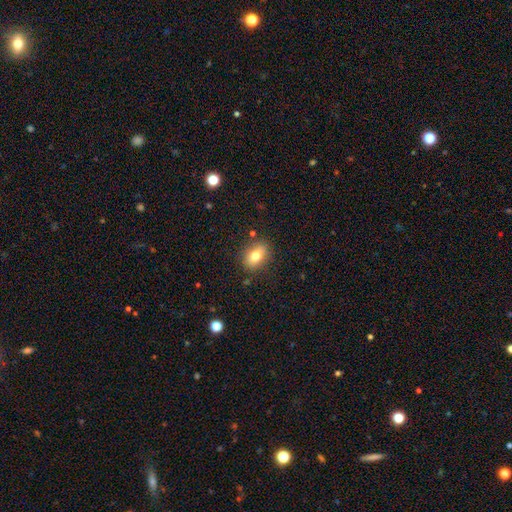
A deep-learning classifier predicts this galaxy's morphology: Q: Smooth or featured?
A: smooth (76%); runner-up: featured or disk (14%)
Q: How rounded?
A: in between (74%); runner-up: round (24%)
Q: Merging?
A: none (84%); runner-up: minor disturbance (11%)